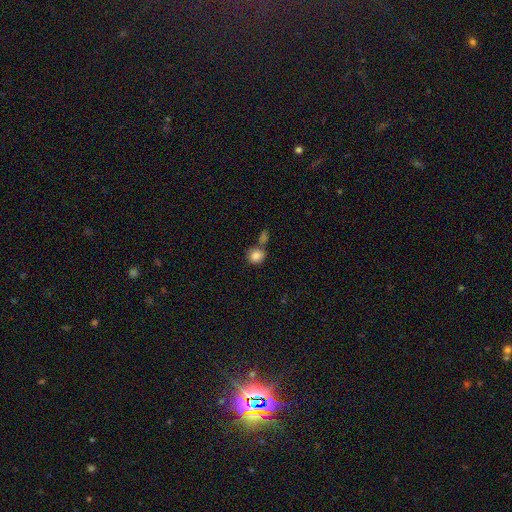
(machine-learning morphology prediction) smooth_or_featured: smooth (p=0.85) [alt: star or artifact p=0.09]
how_rounded: round (p=0.77) [alt: in between p=0.22]
merging: none (p=0.51) [alt: merger p=0.31]